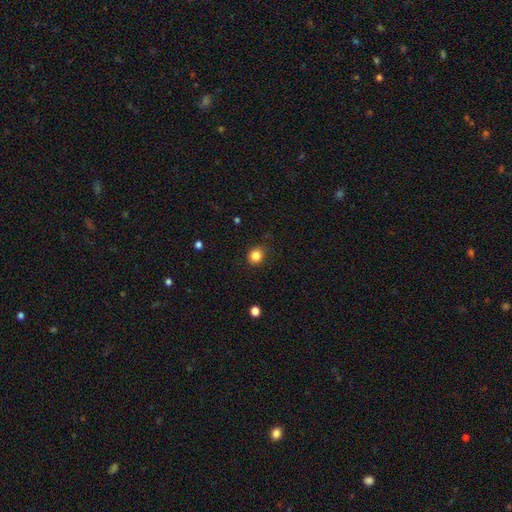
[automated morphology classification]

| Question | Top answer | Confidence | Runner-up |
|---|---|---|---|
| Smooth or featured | smooth | 84% | star or artifact (11%) |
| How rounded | round | 75% | in between (24%) |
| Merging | none | 83% | minor disturbance (13%) |